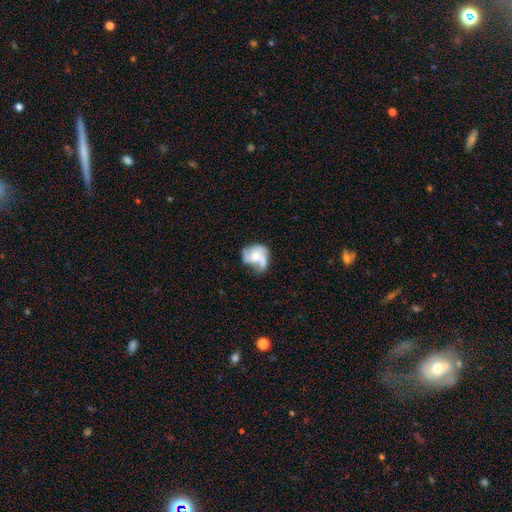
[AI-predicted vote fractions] A featured or disk galaxy (55%) with no bar (79%), spiral arms (64%) and a moderate central bulge (52%). Merging: none (32%).